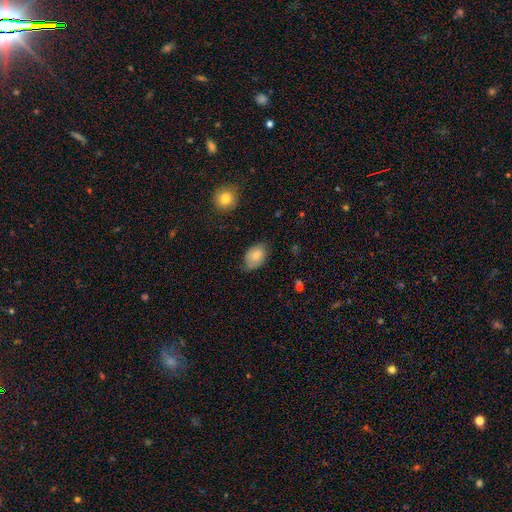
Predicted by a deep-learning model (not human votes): Q: Smooth or featured?
A: smooth (75%); runner-up: featured or disk (17%)
Q: How rounded?
A: in between (84%); runner-up: round (15%)
Q: Merging?
A: none (63%); runner-up: minor disturbance (30%)